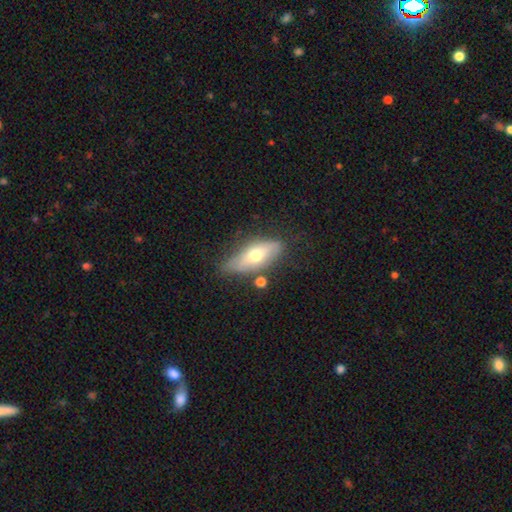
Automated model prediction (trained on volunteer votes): Smooth or featured?
  - smooth: 53% *
  - featured or disk: 41%
  - star or artifact: 6%
How rounded?
  - in between: 71% *
  - cigar-shaped: 25%
  - round: 3%
Merging?
  - none: 65% *
  - minor disturbance: 23%
  - merger: 6%
  - major disturbance: 6%